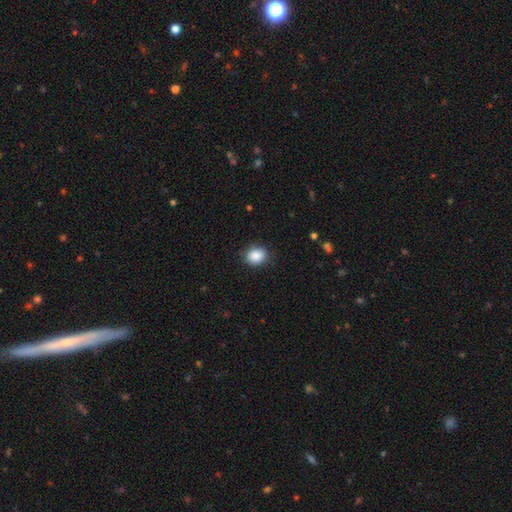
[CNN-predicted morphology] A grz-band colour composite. It shows a smooth galaxy with no disk features (88%) that is round (56%). Merging: none (85%).